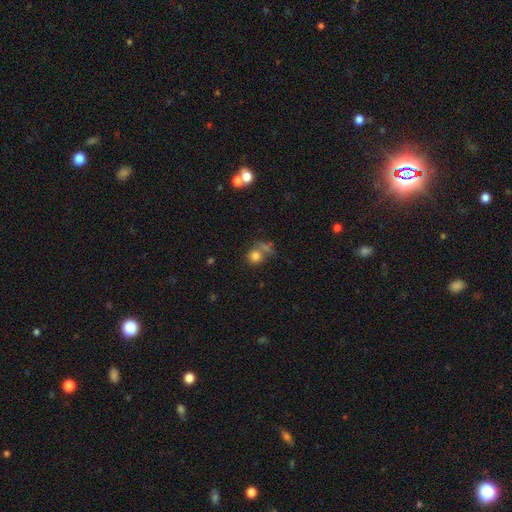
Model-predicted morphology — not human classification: A smooth galaxy with no disk features (78%) that is round (82%). Merging: none (50%).